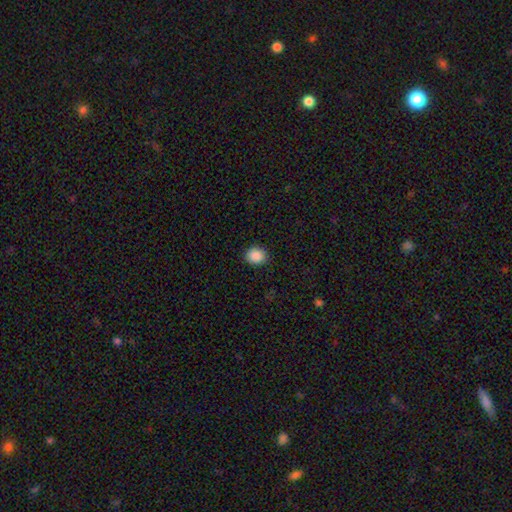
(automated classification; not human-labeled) Q: Smooth or featured?
A: smooth (89%); runner-up: star or artifact (9%)
Q: How rounded?
A: round (65%); runner-up: in between (34%)
Q: Merging?
A: none (90%); runner-up: minor disturbance (7%)